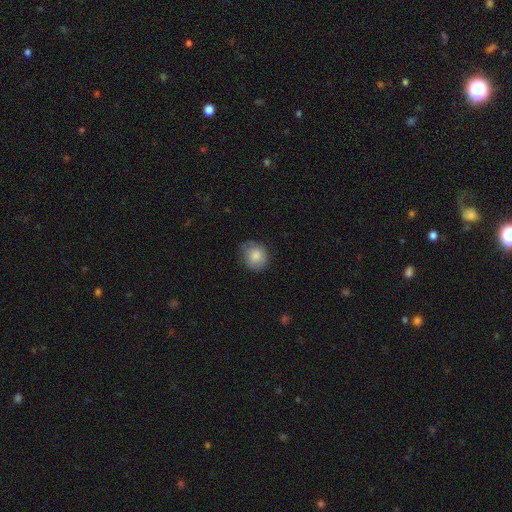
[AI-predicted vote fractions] Smooth or featured? Predicted: smooth (p=0.83). How rounded? Predicted: round (p=0.74). Merging? Predicted: none (p=0.74).